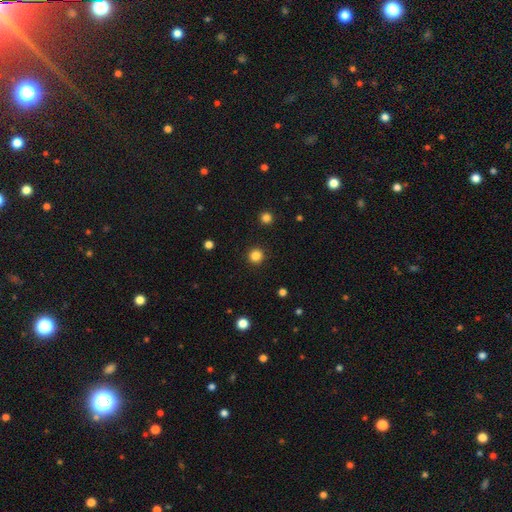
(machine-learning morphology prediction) Smooth or featured? Predicted: smooth (p=0.84). How rounded? Predicted: round (p=0.95). Merging? Predicted: none (p=0.93).